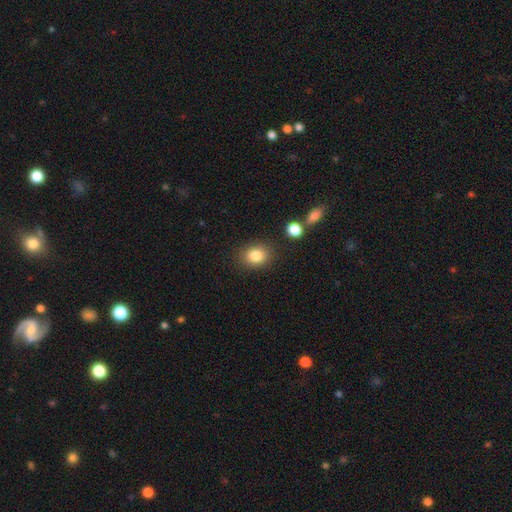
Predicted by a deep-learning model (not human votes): smooth-or-featured: smooth: 83% | star or artifact: 10% | featured or disk: 6%
  how-rounded: round: 53% | in between: 46% | cigar-shaped: 1%
  merging: none: 84% | minor disturbance: 10% | merger: 3% | major disturbance: 3%